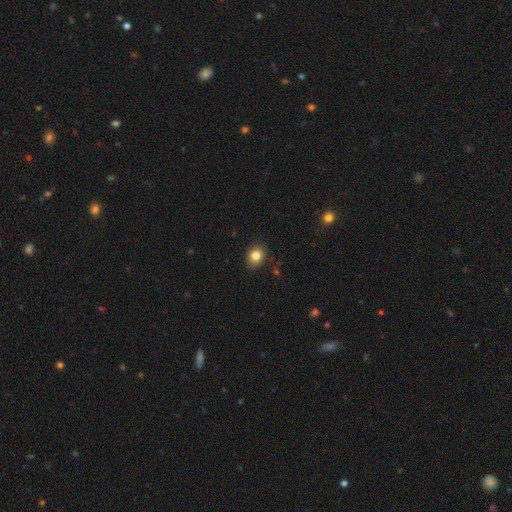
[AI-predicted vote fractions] smooth-or-featured: smooth: 83% | star or artifact: 10% | featured or disk: 7%
  how-rounded: round: 51% | in between: 48% | cigar-shaped: 1%
  merging: none: 87% | minor disturbance: 9% | major disturbance: 2% | merger: 1%